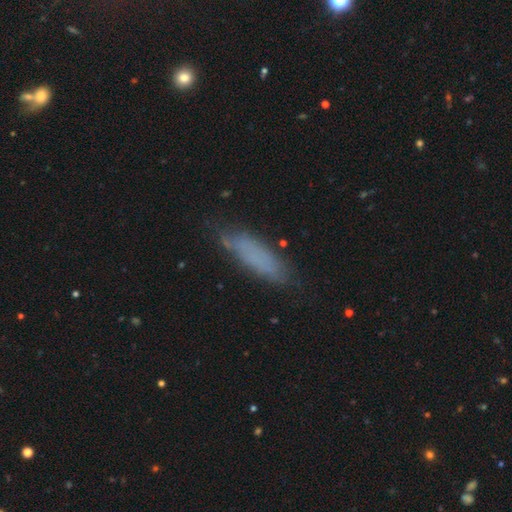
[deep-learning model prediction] The model was most divided on "how rounded": cigar-shaped: 62%, in between: 37%, round: 2%. More confident: merging — none (73%); smooth or featured — smooth (70%).